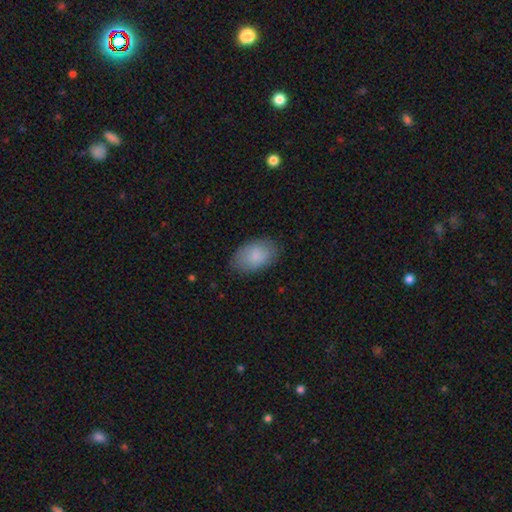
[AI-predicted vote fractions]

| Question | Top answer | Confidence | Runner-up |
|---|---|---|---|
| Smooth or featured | smooth | 86% | featured or disk (8%) |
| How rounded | in between | 92% | round (7%) |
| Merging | none | 83% | minor disturbance (13%) |